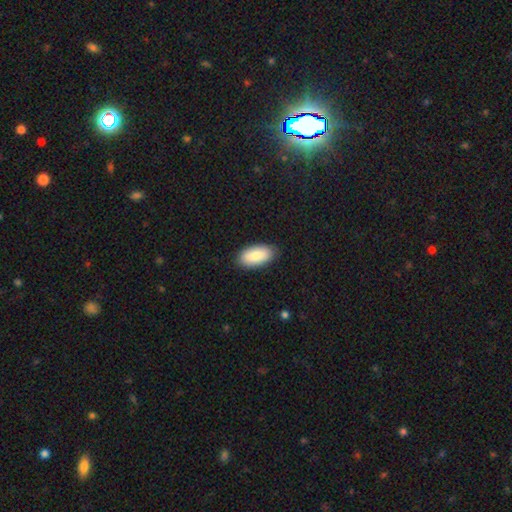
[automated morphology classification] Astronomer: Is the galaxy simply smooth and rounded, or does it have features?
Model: smooth — 86%.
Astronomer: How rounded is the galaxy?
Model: in between — 94%.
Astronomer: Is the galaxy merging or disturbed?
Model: none — 86%.